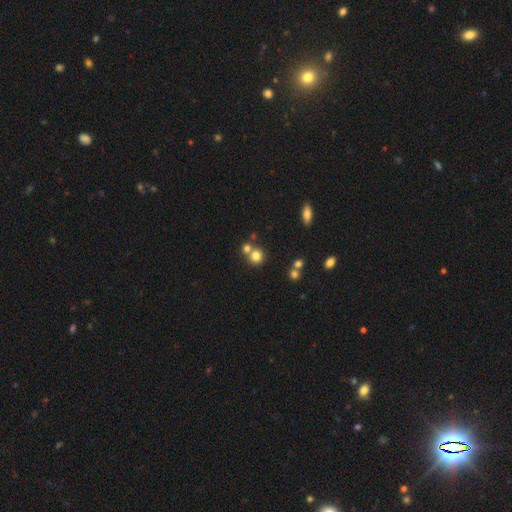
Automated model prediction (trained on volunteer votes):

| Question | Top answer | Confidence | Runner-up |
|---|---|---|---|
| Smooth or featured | smooth | 77% | star or artifact (14%) |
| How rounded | round | 89% | in between (10%) |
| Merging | none | 56% | merger (34%) |